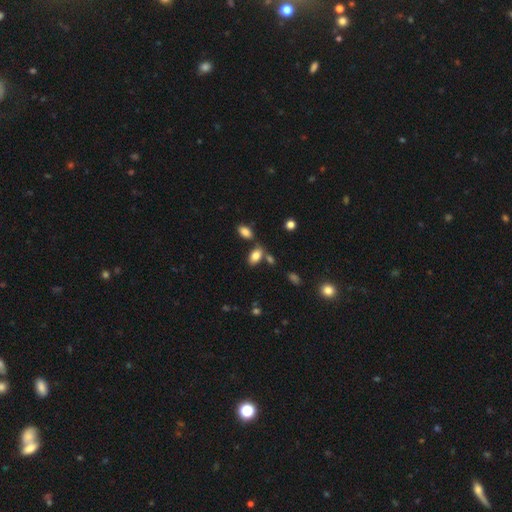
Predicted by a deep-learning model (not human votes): smooth 83%, star or artifact 9%, featured or disk 8%. Down the decision tree: how rounded — in between (91%); merging — none (70%).